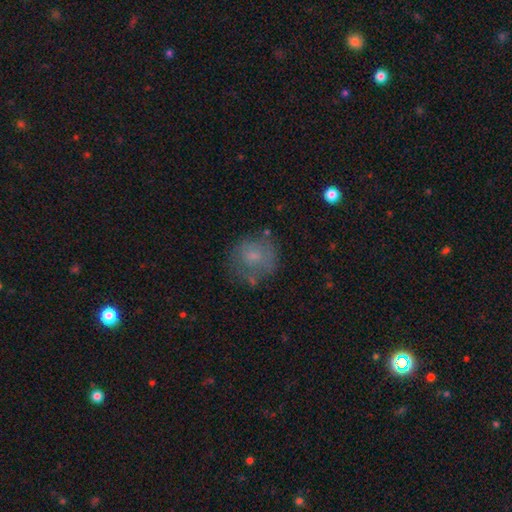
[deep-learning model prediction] Smooth or featured: smooth — 59% (featured or disk — 30%)
How rounded: round — 83% (in between — 16%)
Merging: none — 64% (minor disturbance — 21%)